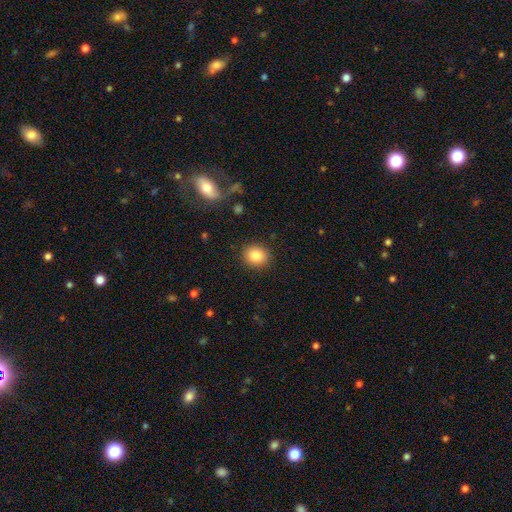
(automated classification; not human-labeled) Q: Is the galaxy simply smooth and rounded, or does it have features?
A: smooth — 84%.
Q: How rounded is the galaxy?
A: round — 74%.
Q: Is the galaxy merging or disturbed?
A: none — 89%.